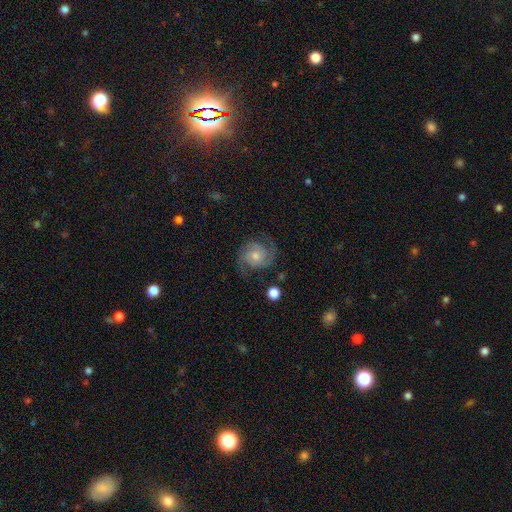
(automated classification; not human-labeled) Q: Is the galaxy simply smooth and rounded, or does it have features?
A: featured or disk — 82%.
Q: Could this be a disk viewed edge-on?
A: no — 98%.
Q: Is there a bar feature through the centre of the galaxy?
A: no — 72%.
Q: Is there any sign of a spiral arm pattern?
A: yes — 97%.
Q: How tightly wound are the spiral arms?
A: tight — 46%.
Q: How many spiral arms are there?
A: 2 — 76%.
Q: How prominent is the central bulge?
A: moderate — 48%.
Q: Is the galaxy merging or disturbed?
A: none — 78%.